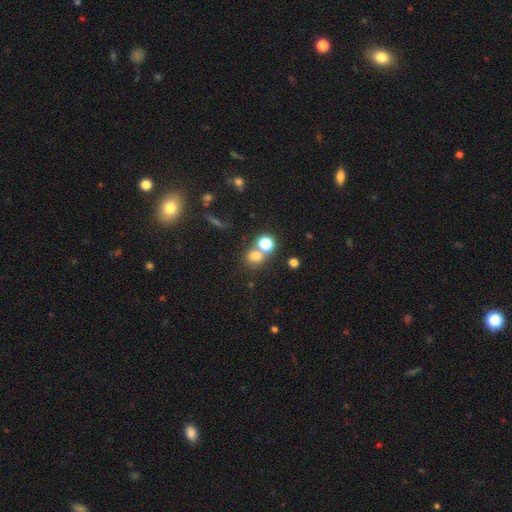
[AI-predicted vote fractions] Smooth or featured: smooth — 70% (star or artifact — 20%)
How rounded: round — 77% (in between — 22%)
Merging: none — 54% (merger — 33%)